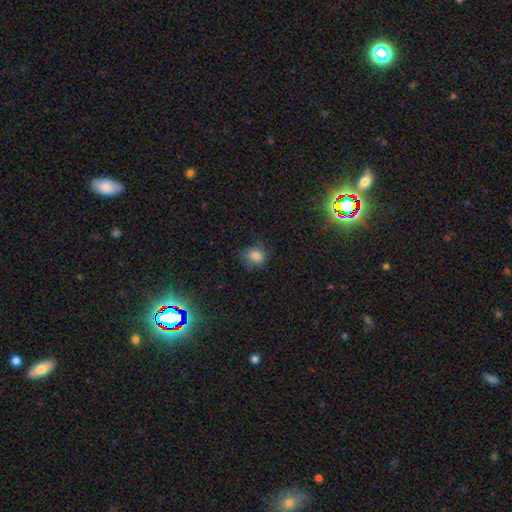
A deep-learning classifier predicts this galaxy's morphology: The model was most divided on "how rounded": round: 65%, in between: 34%, cigar-shaped: 1%. More confident: smooth or featured — smooth (75%); merging — none (63%).